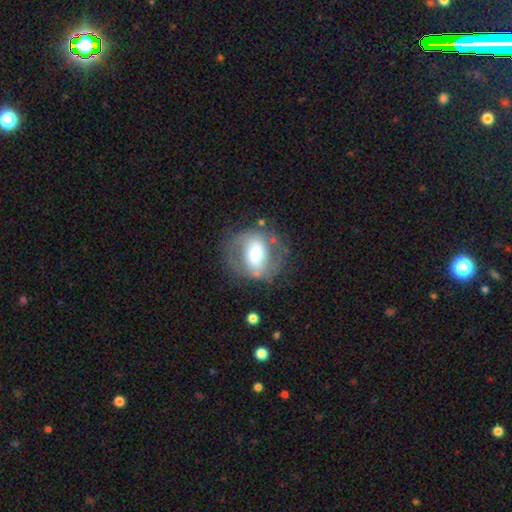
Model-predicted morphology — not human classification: featured or disk 56%, smooth 37%, star or artifact 7%. Down the decision tree: edge-on disk — no (94%); bar — strong (35%); spiral arms — no (55%); bulge size — moderate (60%); merging — none (71%).